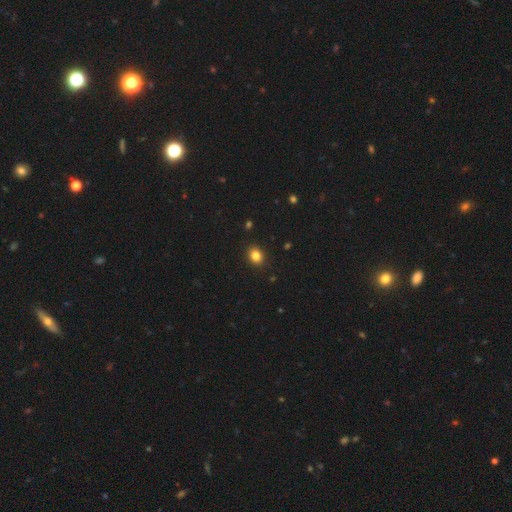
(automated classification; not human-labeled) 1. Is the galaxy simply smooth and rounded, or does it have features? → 84% smooth, 11% star or artifact, 5% featured or disk.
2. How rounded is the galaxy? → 51% round, 49% in between, 1% cigar-shaped.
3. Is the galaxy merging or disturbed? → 90% none, 7% minor disturbance, 2% major disturbance, 1% merger.